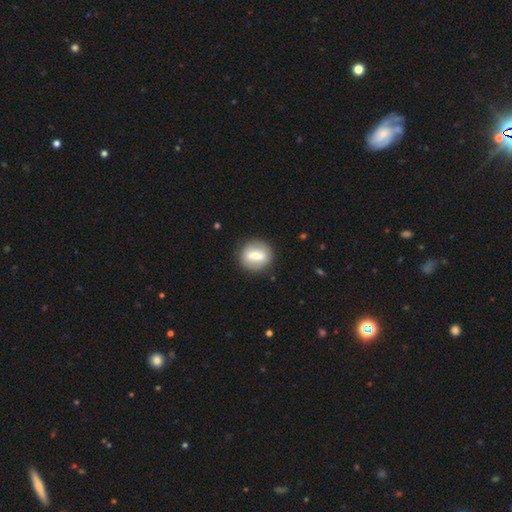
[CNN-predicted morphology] A smooth galaxy with no disk features (53%) that is round (67%).

Vote fractions:
- Smooth or featured? smooth: 53% / featured or disk: 40% / star or artifact: 7%
- How rounded? round: 67% / in between: 30% / cigar-shaped: 3%
- Merging? none: 84% / minor disturbance: 11% / major disturbance: 4% / merger: 2%